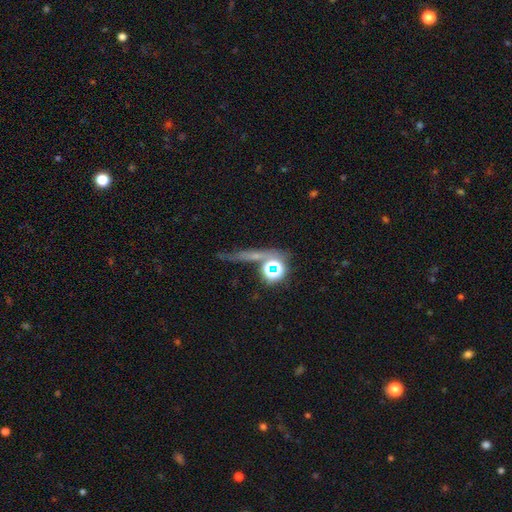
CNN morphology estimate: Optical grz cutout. It shows a star or artifact, not a galaxy (60%).